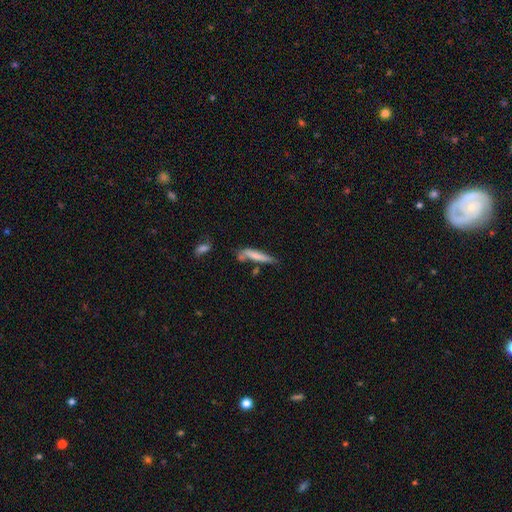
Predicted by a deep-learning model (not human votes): Smooth or featured? smooth (68%)
How rounded? cigar-shaped (86%)
Merging? none (45%)